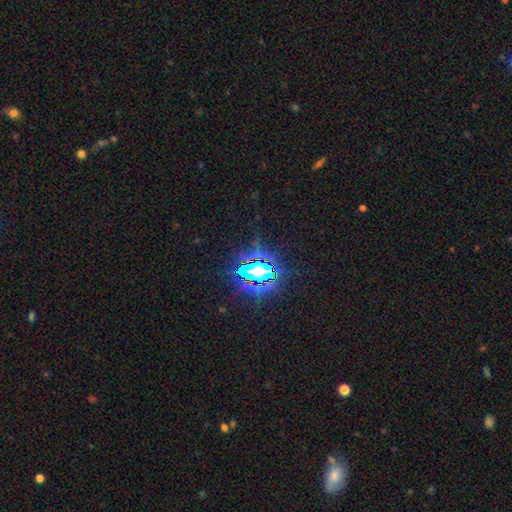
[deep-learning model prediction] Smooth or featured: star or artifact — 83% (smooth — 10%)